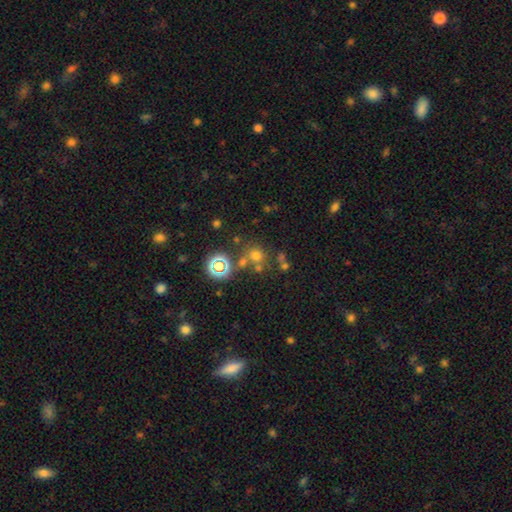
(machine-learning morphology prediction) A smooth galaxy with no disk features (59%) that is round (86%).

Vote fractions:
- Smooth or featured? smooth: 59% / star or artifact: 31% / featured or disk: 11%
- How rounded? round: 86% / in between: 13% / cigar-shaped: 1%
- Merging? none: 63% / merger: 21% / minor disturbance: 10% / major disturbance: 5%